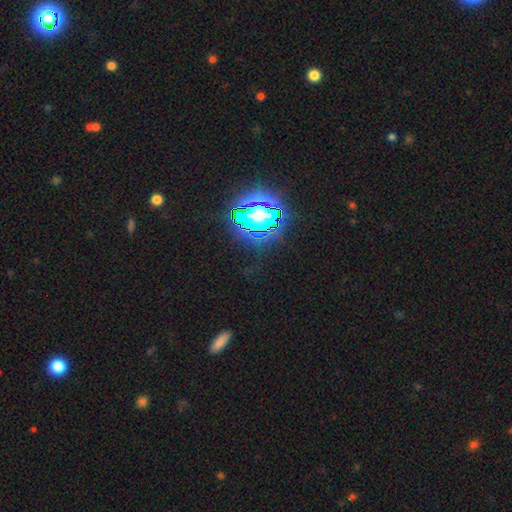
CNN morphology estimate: Smooth or featured? star or artifact (82%)